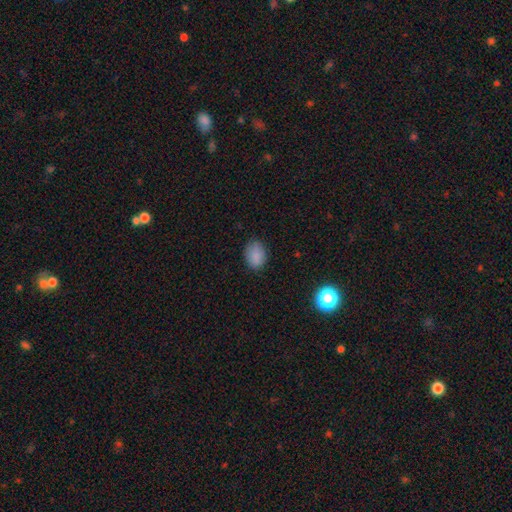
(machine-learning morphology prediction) Overall: smooth (87%). How rounded: in between (71%). Merging: none (82%).